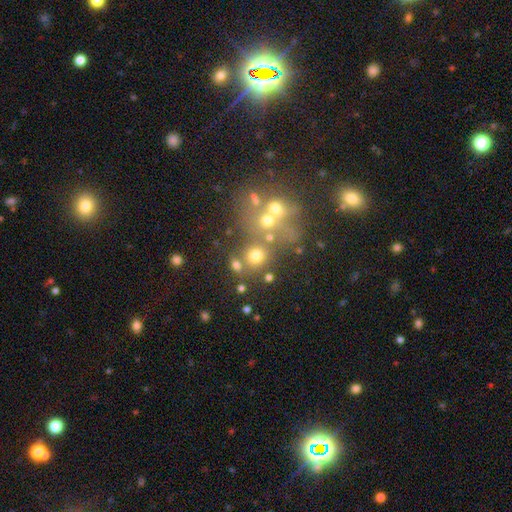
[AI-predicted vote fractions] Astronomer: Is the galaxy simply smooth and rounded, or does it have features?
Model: smooth — 64%.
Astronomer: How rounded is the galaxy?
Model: round — 80%.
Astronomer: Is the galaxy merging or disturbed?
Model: none — 55%.